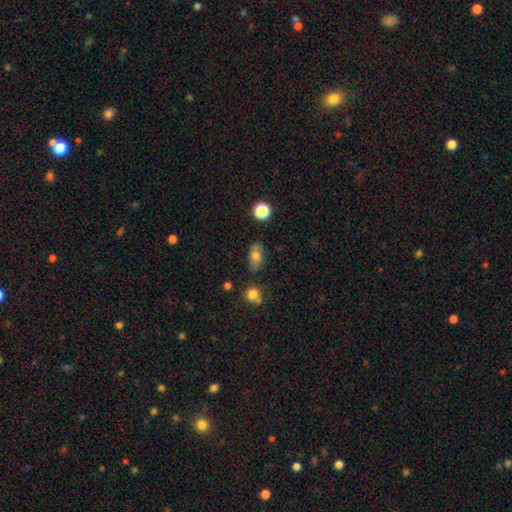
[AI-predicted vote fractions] Smooth or featured: smooth — 74% (featured or disk — 15%)
How rounded: in between — 85% (round — 11%)
Merging: none — 75% (minor disturbance — 17%)